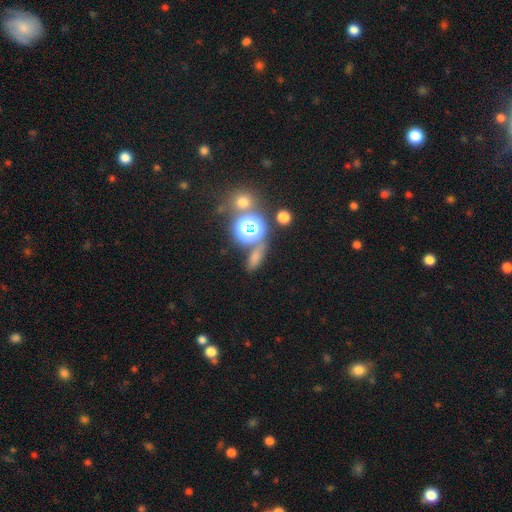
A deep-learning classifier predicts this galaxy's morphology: A smooth galaxy with no disk features (55%) that is in between round and cigar-shaped (44%).

Vote fractions:
- Smooth or featured? smooth: 55% / star or artifact: 34% / featured or disk: 12%
- How rounded? in between: 44% / round: 31% / cigar-shaped: 25%
- Merging? none: 71% / minor disturbance: 12% / merger: 10% / major disturbance: 6%